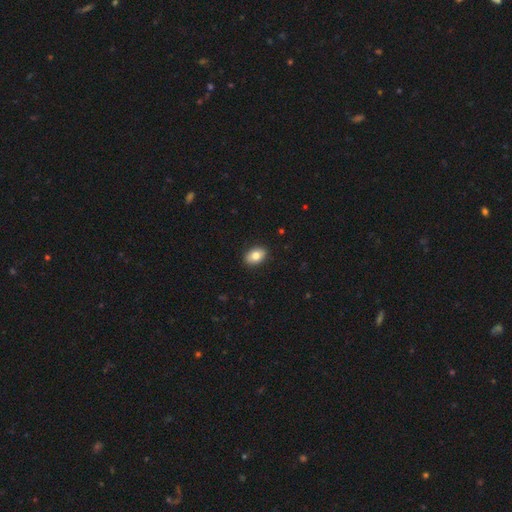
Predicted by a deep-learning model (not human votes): This is clearly a smooth galaxy (81%). How rounded: clearly in between (84%). Merging: clearly none (90%).